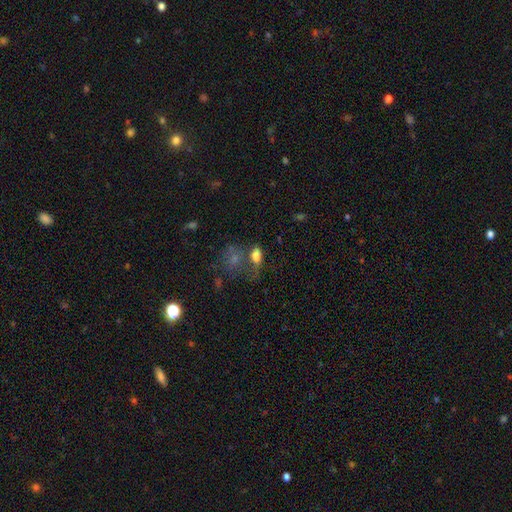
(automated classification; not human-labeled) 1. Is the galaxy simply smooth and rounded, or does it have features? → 74% smooth, 15% star or artifact, 11% featured or disk.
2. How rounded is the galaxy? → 81% in between, 15% round, 4% cigar-shaped.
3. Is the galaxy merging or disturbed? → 37% none, 28% merger, 18% minor disturbance, 17% major disturbance.